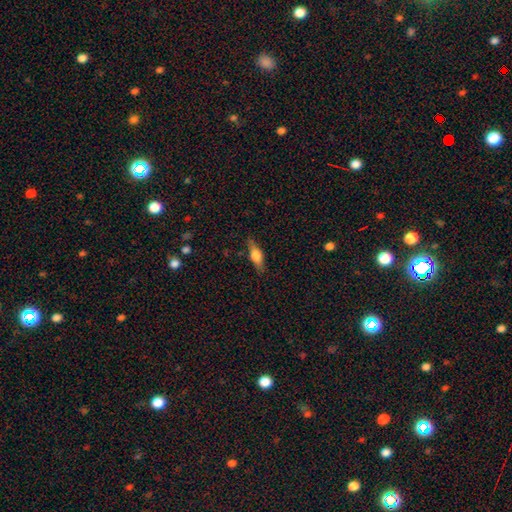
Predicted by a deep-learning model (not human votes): This is possibly a smooth galaxy (46%, tied with featured or disk). Merging: clearly none (83%).